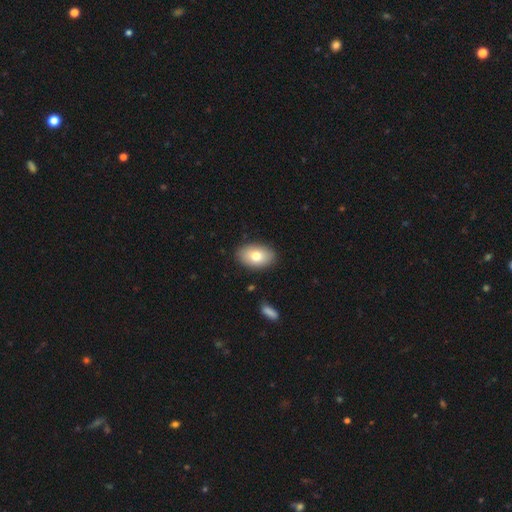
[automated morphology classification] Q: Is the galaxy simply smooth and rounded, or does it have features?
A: smooth — 76%.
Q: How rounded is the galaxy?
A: in between — 90%.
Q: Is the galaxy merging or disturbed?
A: none — 87%.